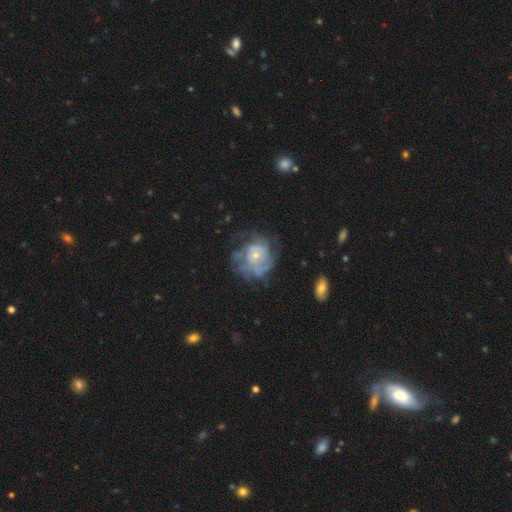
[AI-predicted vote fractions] The model was most divided on "merging": none: 48%, major disturbance: 27%, minor disturbance: 22%, merger: 3%. More confident: edge-on disk — no (98%); bar — no (83%); smooth or featured — featured or disk (71%); spiral arms — yes (68%); bulge size — small (67%).